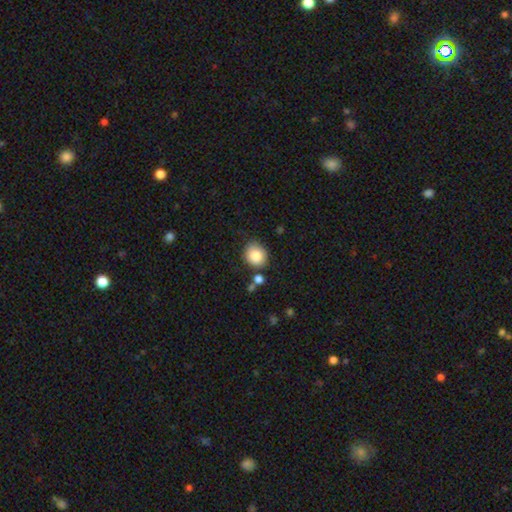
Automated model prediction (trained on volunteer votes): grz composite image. It shows a smooth galaxy with no disk features (84%) that is round (73%). Merging: none (76%).